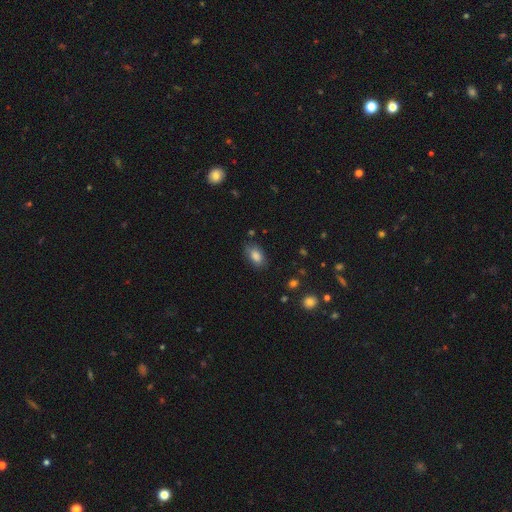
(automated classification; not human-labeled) Smooth or featured?
  - smooth: 84% *
  - star or artifact: 8%
  - featured or disk: 7%
How rounded?
  - in between: 90% *
  - round: 8%
  - cigar-shaped: 2%
Merging?
  - none: 80% *
  - minor disturbance: 15%
  - major disturbance: 4%
  - merger: 2%